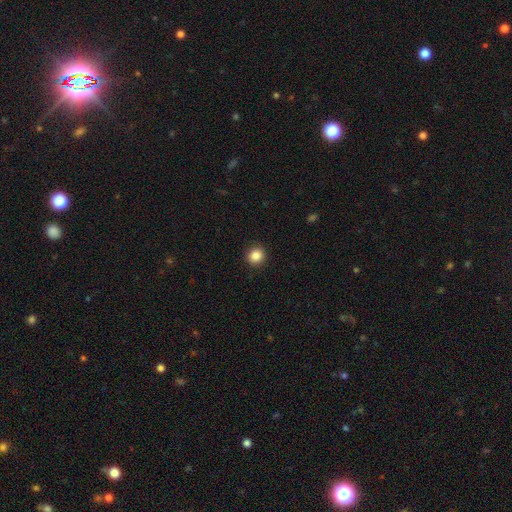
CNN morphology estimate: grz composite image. It shows a smooth galaxy with no disk features (86%) that is round (92%). Merging: none (92%).